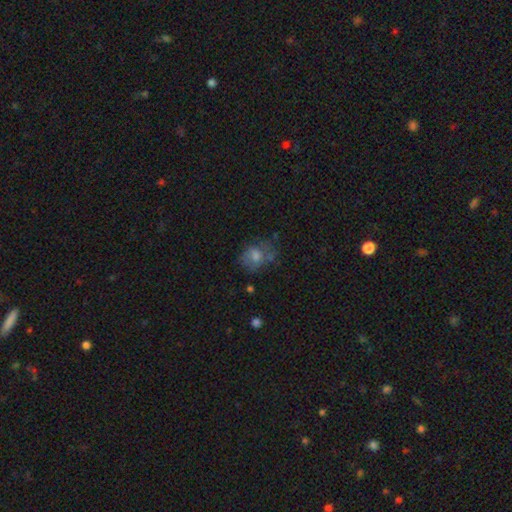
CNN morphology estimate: smooth_or_featured: smooth (p=0.53) [alt: featured or disk p=0.29]
how_rounded: round (p=0.49) [tied with: in between p=0.49]
merging: none (p=0.53) [alt: minor disturbance p=0.25]